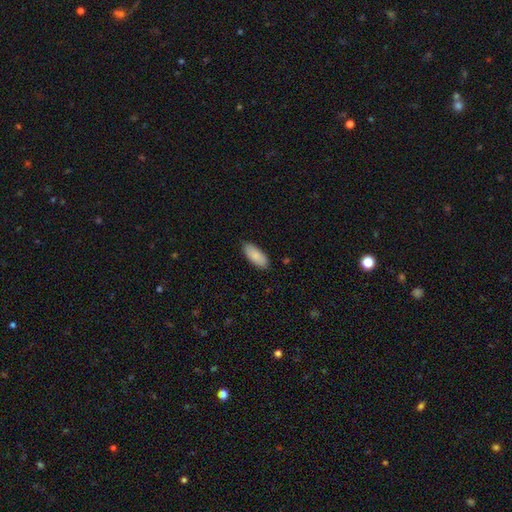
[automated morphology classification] A smooth galaxy with no disk features (86%) that is in between round and cigar-shaped (88%). Merging: none (86%).